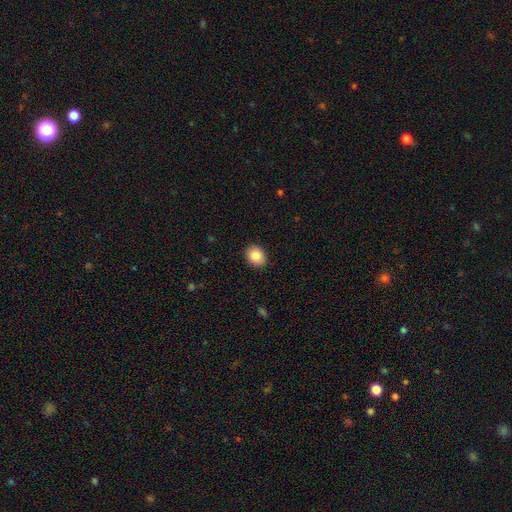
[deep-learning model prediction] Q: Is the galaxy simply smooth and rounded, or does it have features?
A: smooth — 87%.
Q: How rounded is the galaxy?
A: in between — 50%.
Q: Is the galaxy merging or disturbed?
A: none — 89%.